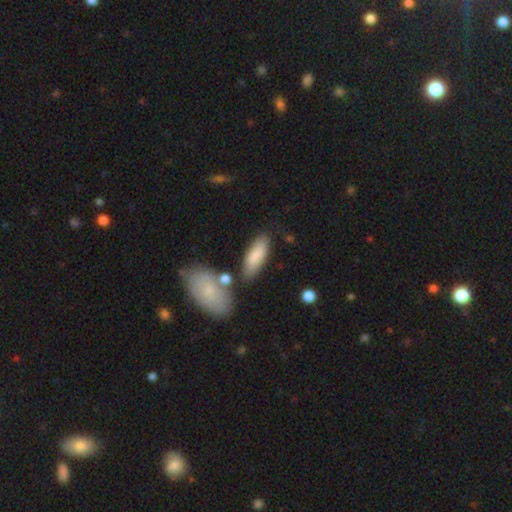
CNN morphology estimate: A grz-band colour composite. It shows a smooth galaxy with no disk features (83%) that is in between round and cigar-shaped (69%). Merging: none (74%).